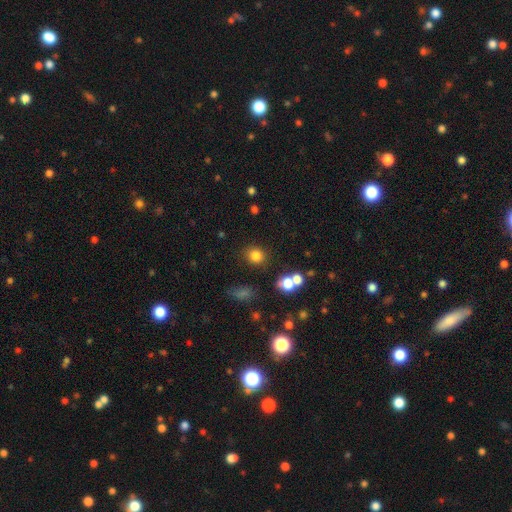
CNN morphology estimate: smooth-or-featured: smooth: 79% | star or artifact: 15% | featured or disk: 6%
  how-rounded: round: 77% | in between: 21% | cigar-shaped: 1%
  merging: none: 82% | minor disturbance: 9% | merger: 6% | major disturbance: 4%